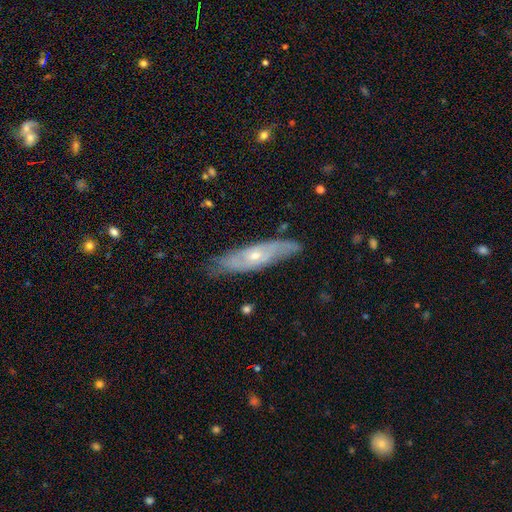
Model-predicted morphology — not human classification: The model was most divided on "edge-on disk": no: 63%, yes: 37%. More confident: merging — none (76%); smooth or featured — featured or disk (67%).